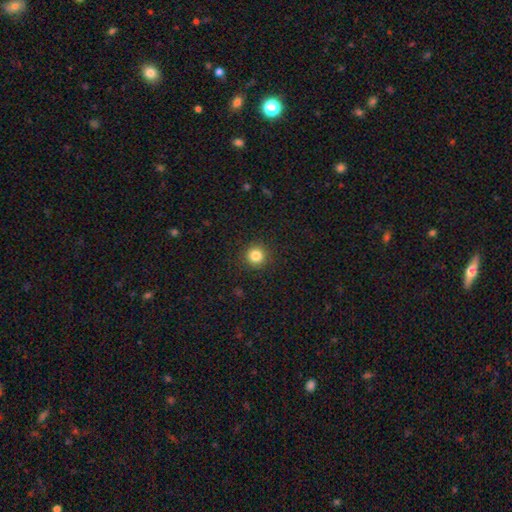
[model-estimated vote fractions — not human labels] Morphology: type=smooth (84%); roundness=round (95%); merging=none (92%).